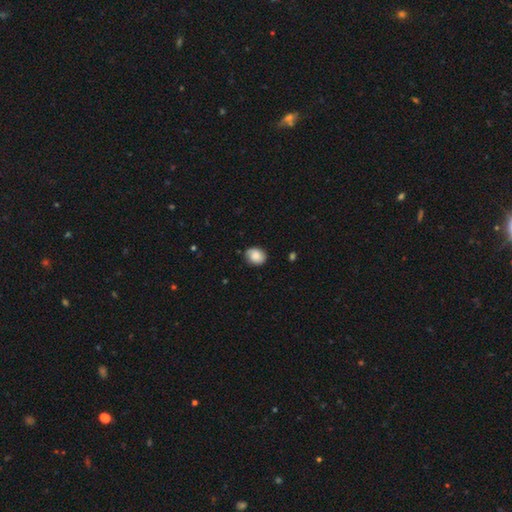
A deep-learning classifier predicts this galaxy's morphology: Smooth or featured? Predicted: smooth (p=0.74). How rounded? Predicted: round (p=0.58). Merging? Predicted: none (p=0.78).